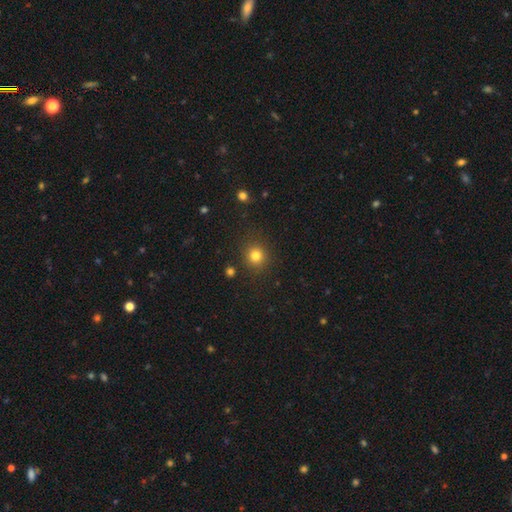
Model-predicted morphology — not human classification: smooth_or_featured: smooth (p=0.81) [alt: star or artifact p=0.13]
how_rounded: round (p=0.90) [alt: in between p=0.09]
merging: none (p=0.88) [alt: minor disturbance p=0.07]